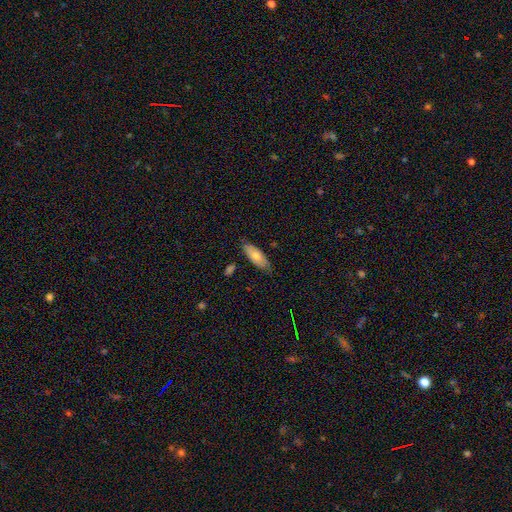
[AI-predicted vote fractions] A smooth galaxy with no disk features (69%) that is in between round and cigar-shaped (75%).

Vote fractions:
- Smooth or featured? smooth: 69% / featured or disk: 24% / star or artifact: 6%
- How rounded? in between: 75% / cigar-shaped: 23% / round: 2%
- Merging? none: 78% / minor disturbance: 17% / major disturbance: 3% / merger: 2%